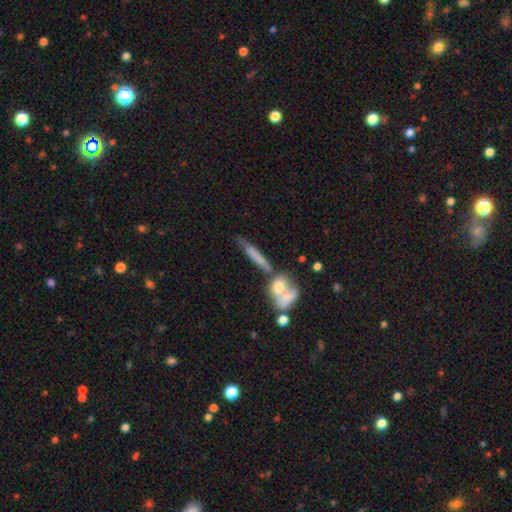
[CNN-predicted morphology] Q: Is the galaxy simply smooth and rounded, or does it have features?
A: smooth — 60%.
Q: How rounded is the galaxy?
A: cigar-shaped — 80%.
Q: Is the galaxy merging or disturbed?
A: none — 43%.